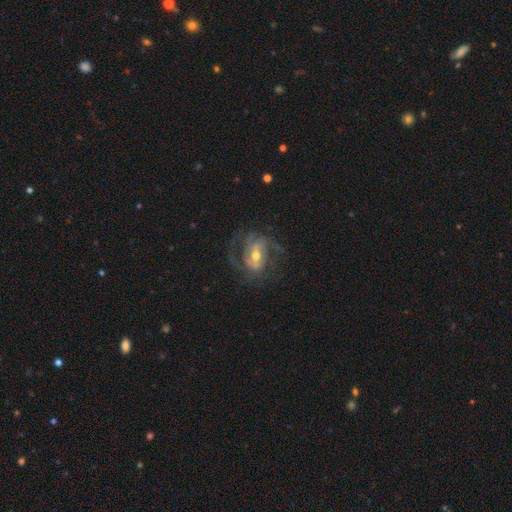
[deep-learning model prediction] Smooth or featured?
  - featured or disk: 85% *
  - smooth: 9%
  - star or artifact: 7%
Edge-on disk?
  - no: 97% *
  - yes: 3%
Bar?
  - weak: 43% *
  - strong: 33%
  - no: 24%
Spiral arms?
  - yes: 92% *
  - no: 8%
Spiral winding?
  - medium: 48% *
  - tight: 29%
  - loose: 24%
Spiral arm count?
  - 2: 40% *
  - 3: 24%
  - can't tell: 19%
  - 4: 6%
  - 1: 6%
  - more than 4: 4%
Bulge size?
  - moderate: 63% *
  - small: 30%
  - large: 5%
  - none: 1%
  - dominant: 1%
Merging?
  - none: 61% *
  - major disturbance: 19%
  - minor disturbance: 18%
  - merger: 1%